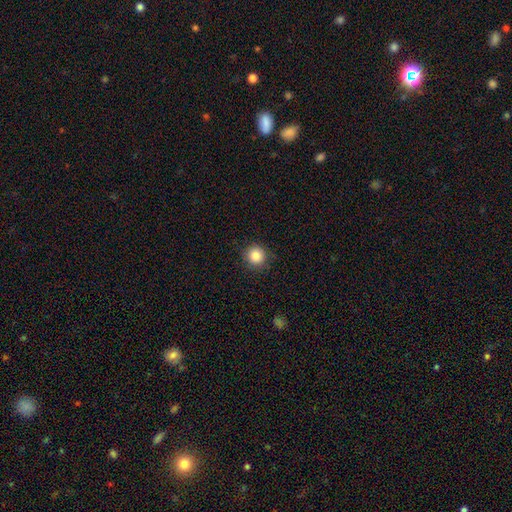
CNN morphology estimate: smooth-or-featured: smooth: 85% | star or artifact: 10% | featured or disk: 5%
  how-rounded: round: 93% | in between: 6% | cigar-shaped: 1%
  merging: none: 89% | minor disturbance: 8% | major disturbance: 2% | merger: 1%